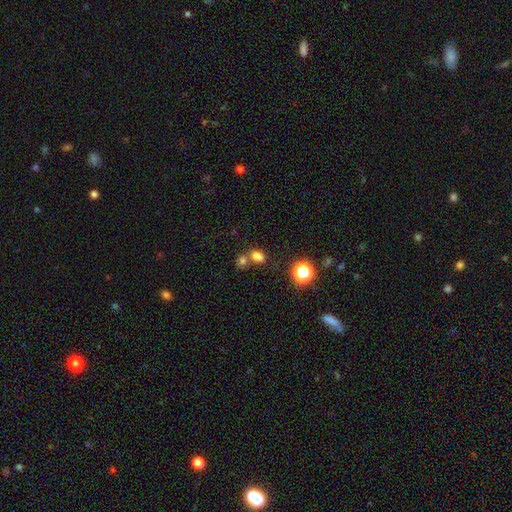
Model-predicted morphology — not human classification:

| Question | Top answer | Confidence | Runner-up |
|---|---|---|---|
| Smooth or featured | smooth | 75% | star or artifact (18%) |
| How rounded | in between | 60% | round (38%) |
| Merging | none | 47% | merger (38%) |